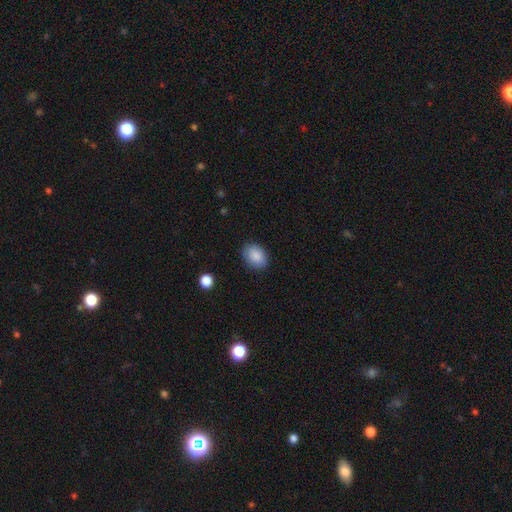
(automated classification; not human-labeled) This appears to be a smooth galaxy with no disk features (88%) that is in between round and cigar-shaped (73%). Merging: none (85%).